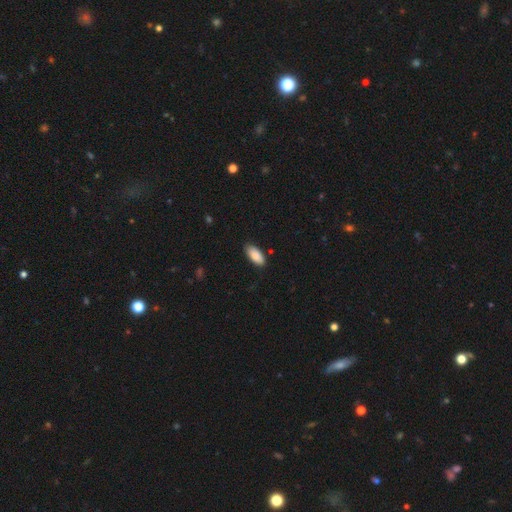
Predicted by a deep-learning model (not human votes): Smooth or featured?
  - smooth: 89% *
  - star or artifact: 6%
  - featured or disk: 5%
How rounded?
  - in between: 90% *
  - cigar-shaped: 8%
  - round: 2%
Merging?
  - none: 84% *
  - minor disturbance: 13%
  - major disturbance: 2%
  - merger: 1%